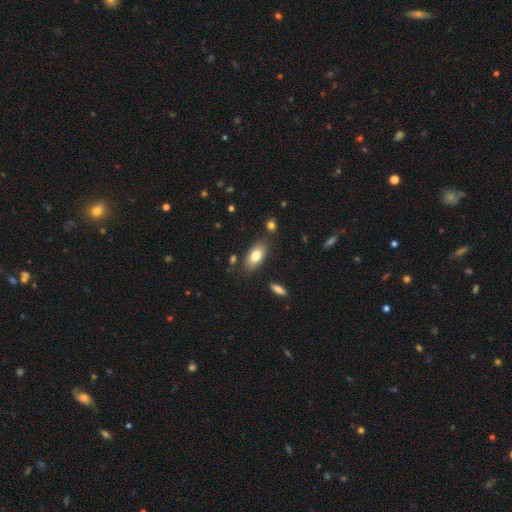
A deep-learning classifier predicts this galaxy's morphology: A smooth galaxy with no disk features (77%) that is in between round and cigar-shaped (89%). Merging: none (81%).